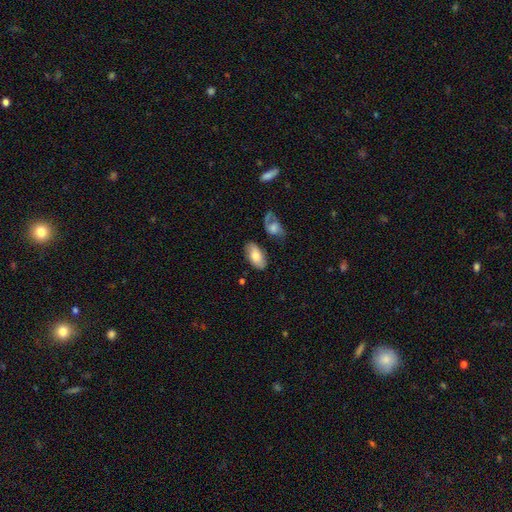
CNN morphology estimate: This appears to be a smooth galaxy with no disk features (64%) that is in between round and cigar-shaped (93%). Merging: none (70%).